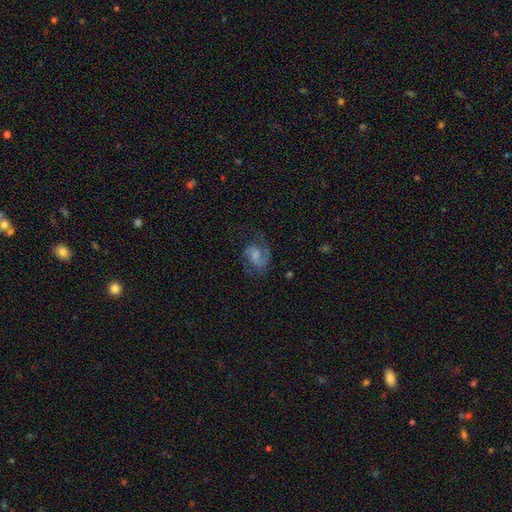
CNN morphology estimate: A featured or disk galaxy (78%) with no bar (47%), 2 (85%) medium (54%) spiral arms (95%) and a small central bulge (41%).

Vote fractions:
- Smooth or featured? featured or disk: 78% / smooth: 15% / star or artifact: 7%
- Edge-on disk? no: 98% / yes: 2%
- Bar? no: 47% / weak: 45% / strong: 8%
- Spiral arms? yes: 95% / no: 5%
- Spiral winding? medium: 54% / loose: 27% / tight: 20%
- Spiral arm count? 2: 85% / 1: 6% / can't tell: 5% / 3: 2% / 4: 1% / more than 4: 1%
- Bulge size? small: 41% / moderate: 36% / none: 16% / large: 6% / dominant: 1%
- Merging? none: 66% / minor disturbance: 18% / major disturbance: 14% / merger: 1%